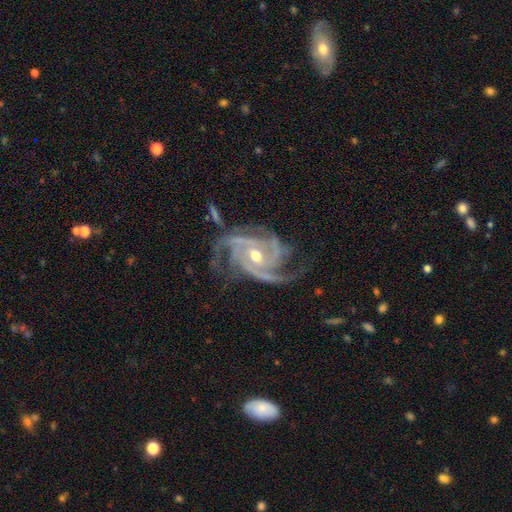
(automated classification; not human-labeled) This is clearly a featured or disk galaxy (94%). It is clearly not viewed edge-on (98%). Bar: possibly no (55%). Spiral arm pattern: clearly yes (99%). Spiral arm count: possibly 3 (49%). Spiral winding: possibly medium (46%). Central bulge: likely moderate (64%). Merging: likely none (66%).